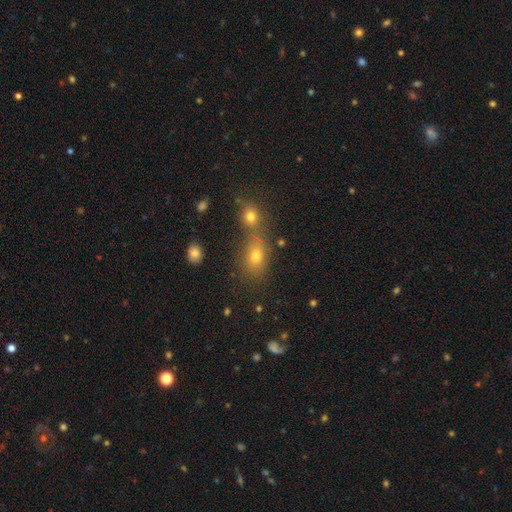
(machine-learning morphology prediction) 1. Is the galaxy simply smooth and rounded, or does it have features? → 69% smooth, 18% star or artifact, 12% featured or disk.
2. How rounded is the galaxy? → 68% in between, 29% round, 3% cigar-shaped.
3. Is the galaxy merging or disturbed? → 52% none, 33% merger, 11% minor disturbance, 5% major disturbance.